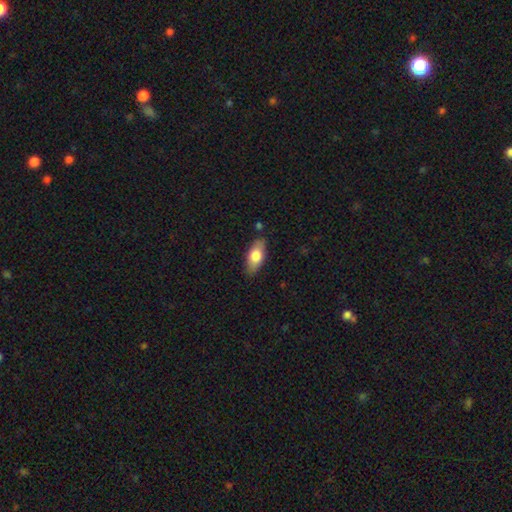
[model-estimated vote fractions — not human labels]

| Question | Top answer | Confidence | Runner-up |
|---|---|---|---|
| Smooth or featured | smooth | 74% | featured or disk (20%) |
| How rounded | in between | 86% | cigar-shaped (11%) |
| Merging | none | 83% | minor disturbance (13%) |